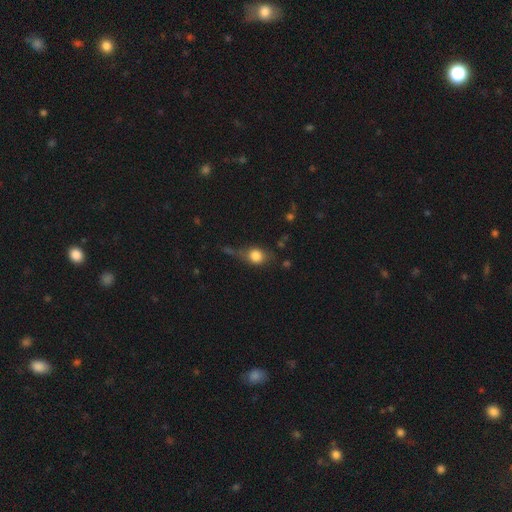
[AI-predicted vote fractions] This is likely a smooth galaxy (74%). How rounded: possibly round (54%). Merging: possibly none (50%).